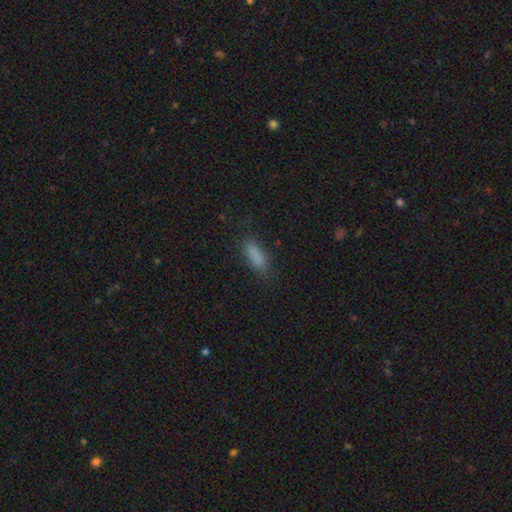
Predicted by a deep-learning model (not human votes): smooth_or_featured: smooth (p=0.83) [alt: star or artifact p=0.10]
how_rounded: in between (p=0.60) [alt: cigar-shaped p=0.38]
merging: none (p=0.74) [alt: minor disturbance p=0.18]